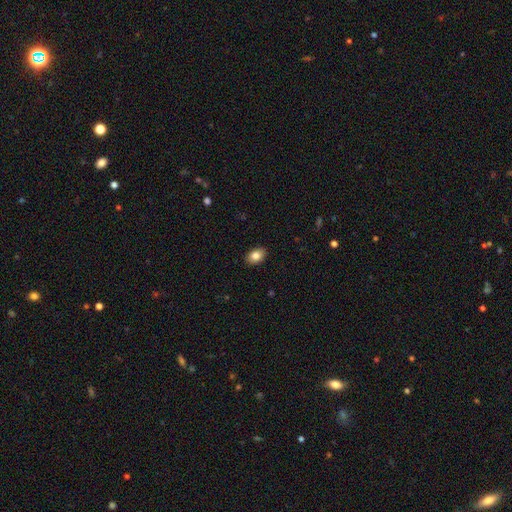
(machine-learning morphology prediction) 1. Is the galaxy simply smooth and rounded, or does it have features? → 84% smooth, 8% star or artifact, 8% featured or disk.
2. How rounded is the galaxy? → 86% in between, 13% round, 1% cigar-shaped.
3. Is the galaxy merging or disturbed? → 89% none, 8% minor disturbance, 2% major disturbance, 1% merger.